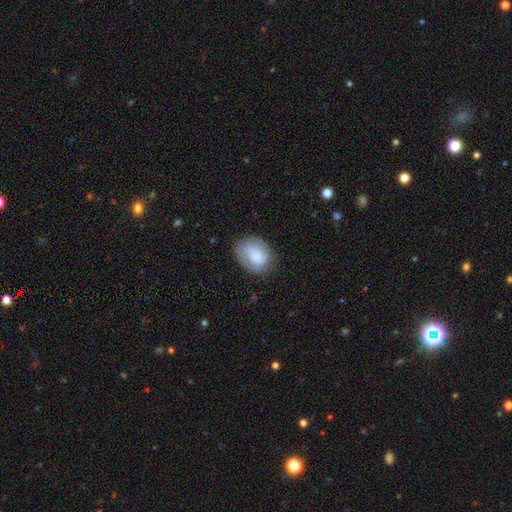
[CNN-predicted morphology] Smooth or featured? smooth (72%)
How rounded? in between (56%)
Merging? none (67%)